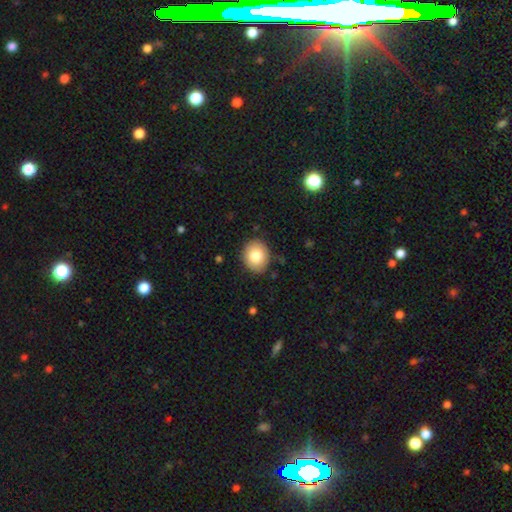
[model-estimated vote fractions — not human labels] A smooth galaxy with no disk features (80%) that is round (64%). Merging: none (86%).